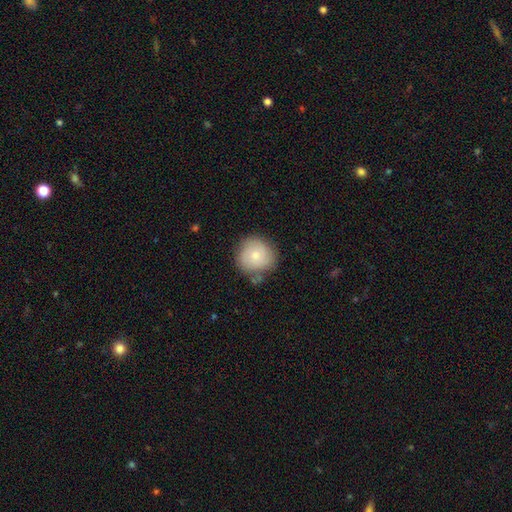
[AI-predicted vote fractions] This is likely a smooth galaxy (78%). How rounded: clearly round (89%). Merging: likely none (72%).